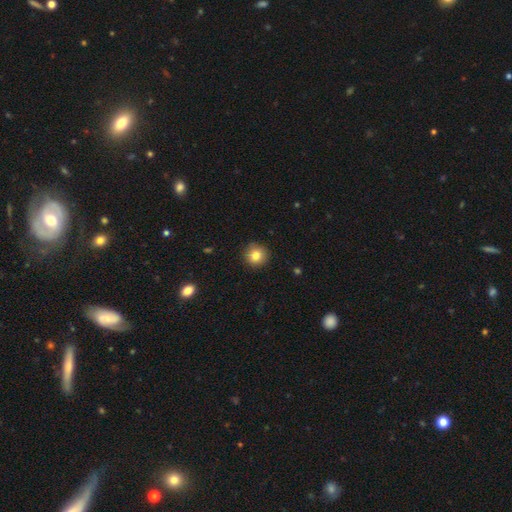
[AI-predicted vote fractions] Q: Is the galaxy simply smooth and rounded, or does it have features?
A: smooth — 82%.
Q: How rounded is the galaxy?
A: round — 94%.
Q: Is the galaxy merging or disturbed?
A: none — 90%.